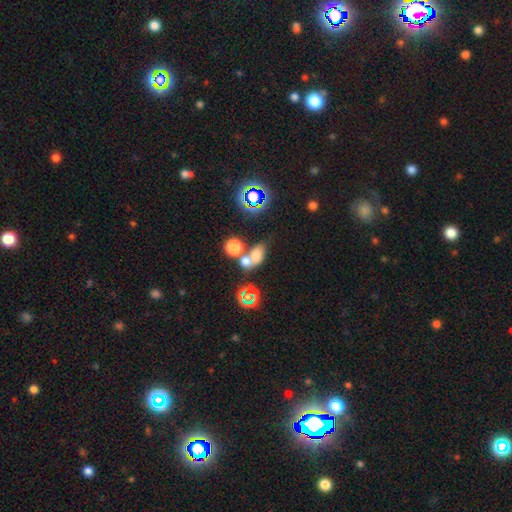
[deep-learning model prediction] Smooth or featured? smooth (60%)
How rounded? in between (64%)
Merging? merger (51%)